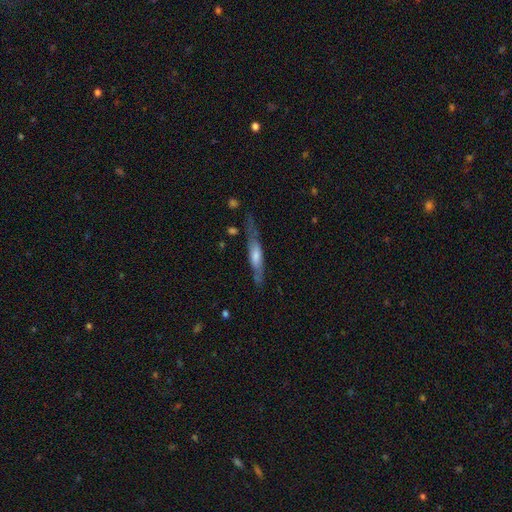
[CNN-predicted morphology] This appears to be a featured or disk galaxy (58%) viewed edge-on (80%). Merging: none (65%).